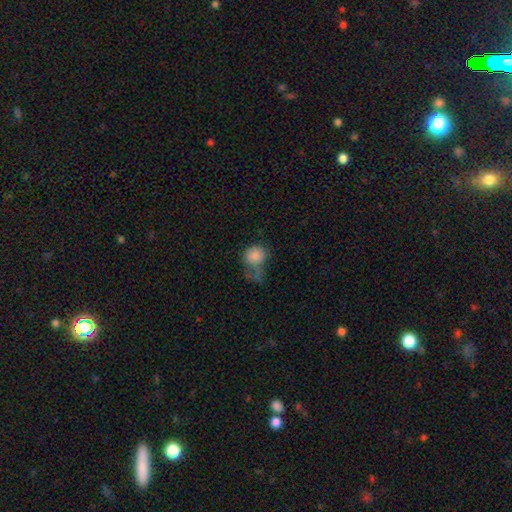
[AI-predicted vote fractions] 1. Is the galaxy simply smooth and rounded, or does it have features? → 77% smooth, 13% featured or disk, 10% star or artifact.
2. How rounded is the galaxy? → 62% round, 37% in between, 1% cigar-shaped.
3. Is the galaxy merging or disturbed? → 35% major disturbance, 27% none, 20% minor disturbance, 18% merger.